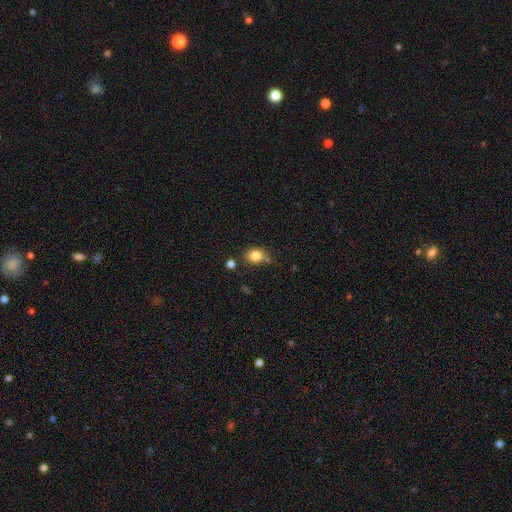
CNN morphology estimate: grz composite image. It shows a smooth galaxy with no disk features (83%) that is round (51%). Merging: none (67%).